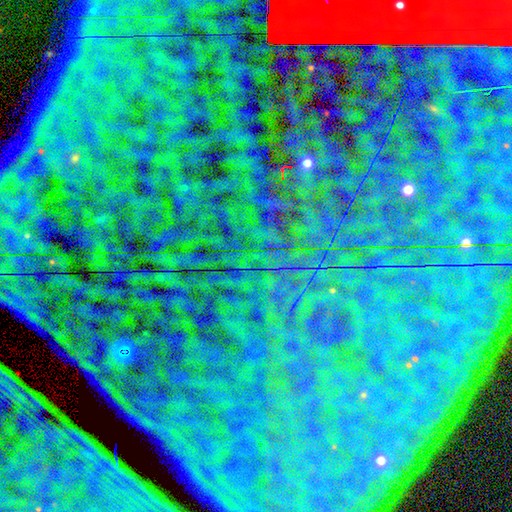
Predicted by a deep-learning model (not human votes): This is clearly a star or artifact rather than a galaxy (87%).